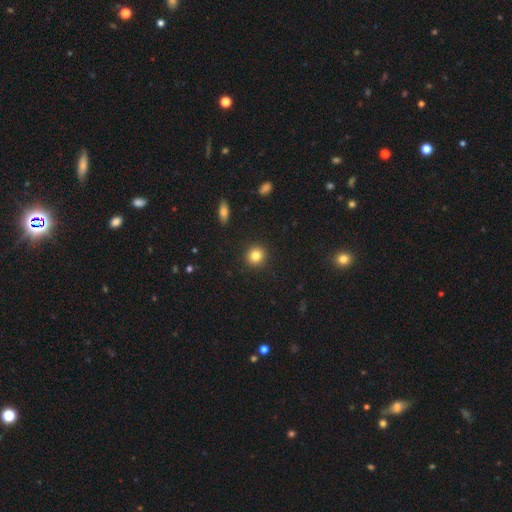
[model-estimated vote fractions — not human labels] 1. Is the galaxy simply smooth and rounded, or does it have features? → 83% smooth, 10% star or artifact, 6% featured or disk.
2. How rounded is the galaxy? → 90% round, 9% in between, 1% cigar-shaped.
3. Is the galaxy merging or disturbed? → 92% none, 5% minor disturbance, 2% major disturbance, 1% merger.